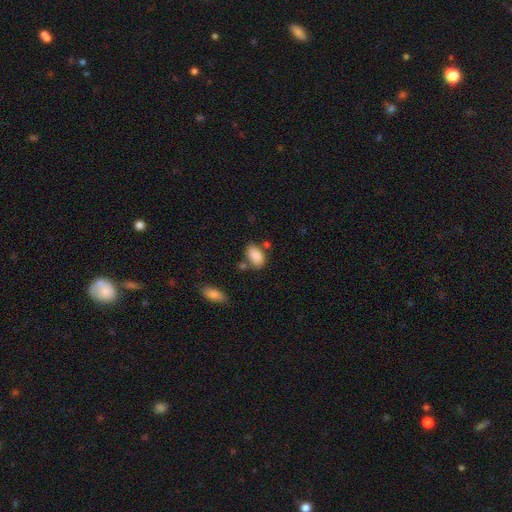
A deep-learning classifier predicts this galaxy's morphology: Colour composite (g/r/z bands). It shows a smooth galaxy with no disk features (87%) that is in between round and cigar-shaped (92%). Merging: none (65%).